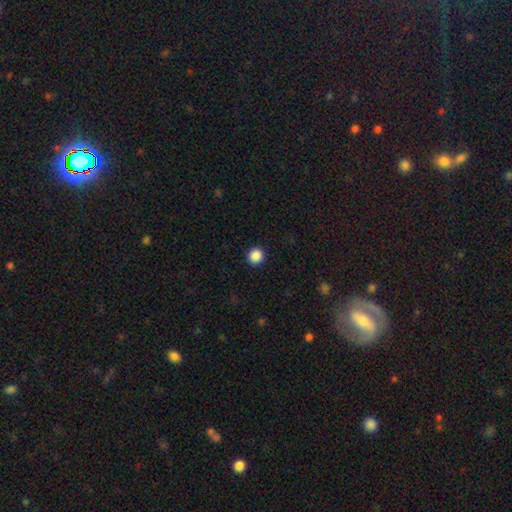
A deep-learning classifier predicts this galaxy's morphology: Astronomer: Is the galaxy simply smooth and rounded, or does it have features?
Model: smooth — 88%.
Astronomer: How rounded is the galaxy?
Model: round — 94%.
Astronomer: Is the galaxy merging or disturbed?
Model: none — 93%.